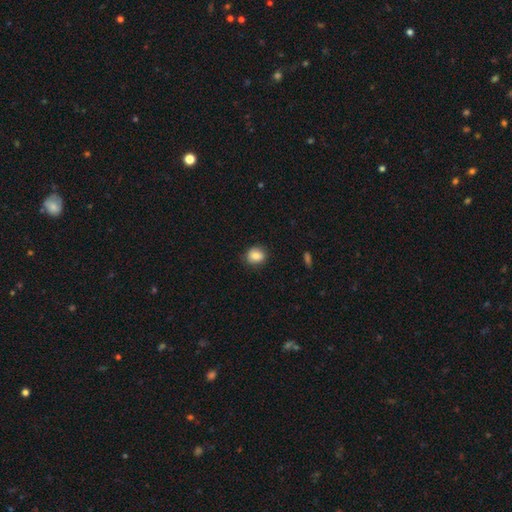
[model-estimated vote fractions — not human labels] Smooth or featured?
  - smooth: 85% *
  - star or artifact: 9%
  - featured or disk: 6%
How rounded?
  - round: 68% *
  - in between: 31%
  - cigar-shaped: 1%
Merging?
  - none: 83% *
  - minor disturbance: 13%
  - major disturbance: 3%
  - merger: 1%